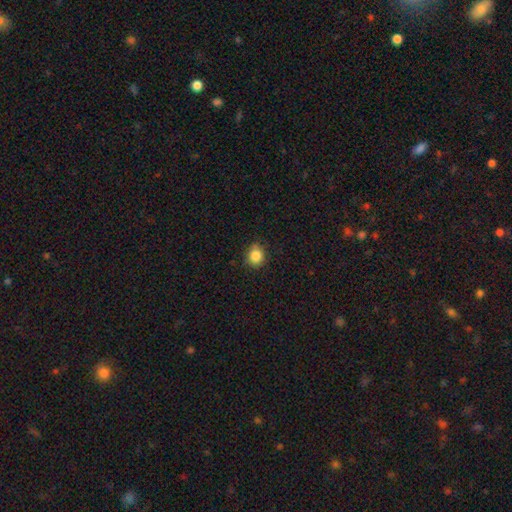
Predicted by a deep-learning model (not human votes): The model was most divided on "how rounded": round: 82%, in between: 17%, cigar-shaped: 1%. More confident: smooth or featured — smooth (85%); merging — none (82%).